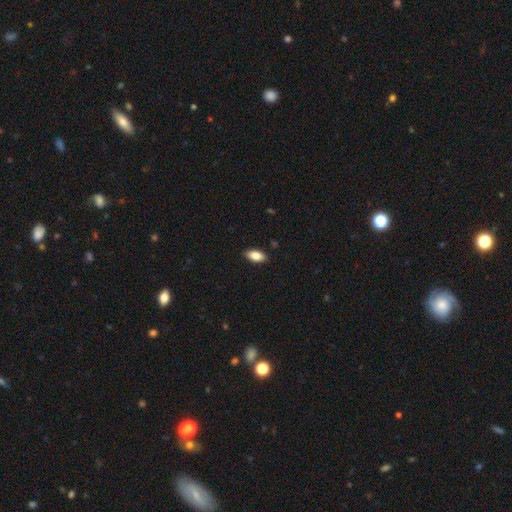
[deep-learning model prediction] smooth_or_featured: smooth (p=0.84) [alt: featured or disk p=0.09]
how_rounded: in between (p=0.91) [alt: cigar-shaped p=0.06]
merging: none (p=0.88) [alt: minor disturbance p=0.09]